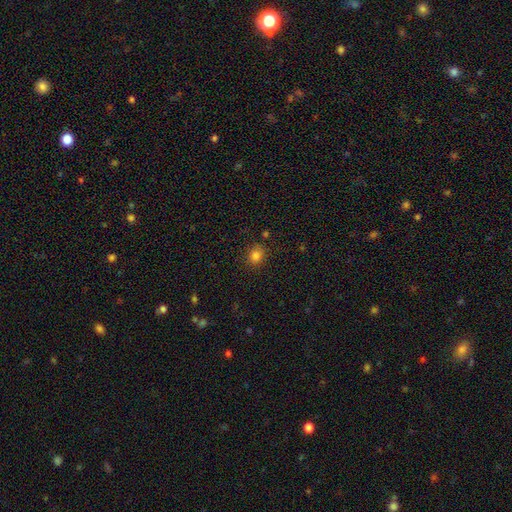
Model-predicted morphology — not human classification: Overall: smooth (80%). How rounded: round (64%; in between 35%). Merging: none (85%).